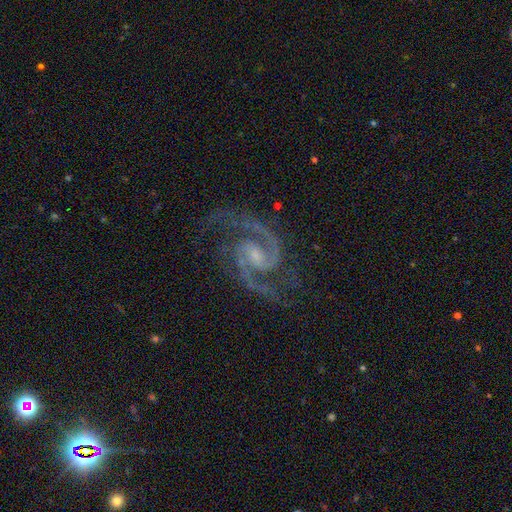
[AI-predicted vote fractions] Q: Smooth or featured?
A: featured or disk (94%); runner-up: star or artifact (4%)
Q: Edge-on disk?
A: no (98%); runner-up: yes (2%)
Q: Bar?
A: weak (50%); runner-up: no (36%)
Q: Spiral arms?
A: yes (99%); runner-up: no (1%)
Q: Spiral winding?
A: medium (69%); runner-up: tight (20%)
Q: Spiral arm count?
A: 2 (93%); runner-up: 3 (3%)
Q: Bulge size?
A: small (53%); runner-up: moderate (28%)
Q: Merging?
A: none (77%); runner-up: minor disturbance (15%)